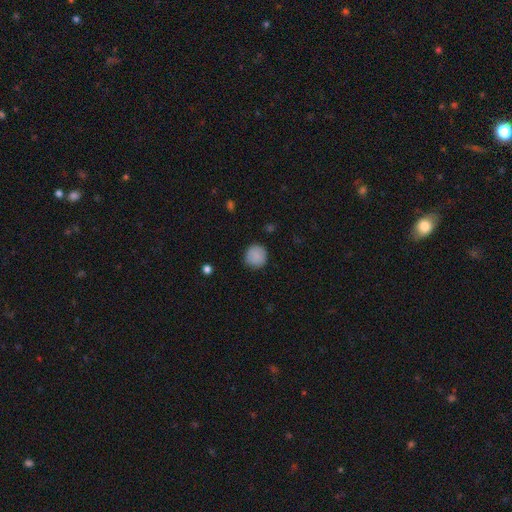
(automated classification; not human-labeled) smooth_or_featured: smooth (p=0.87) [alt: star or artifact p=0.08]
how_rounded: round (p=0.92) [alt: in between p=0.07]
merging: none (p=0.88) [alt: minor disturbance p=0.09]